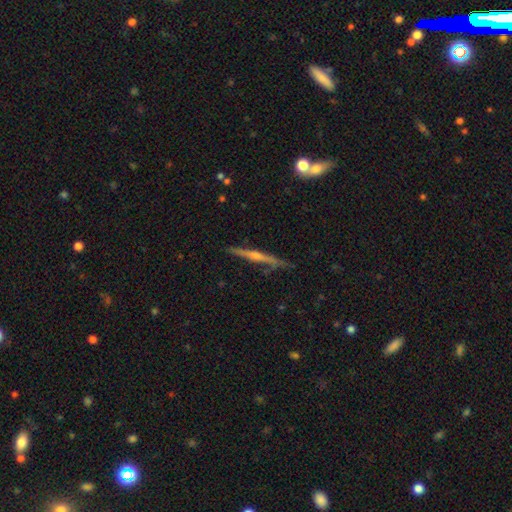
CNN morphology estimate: Q: Smooth or featured?
A: featured or disk (69%); runner-up: smooth (24%)
Q: Edge-on disk?
A: yes (97%); runner-up: no (3%)
Q: Edge-on bulge?
A: rounded (58%); runner-up: none (30%)
Q: Merging?
A: none (84%); runner-up: minor disturbance (12%)